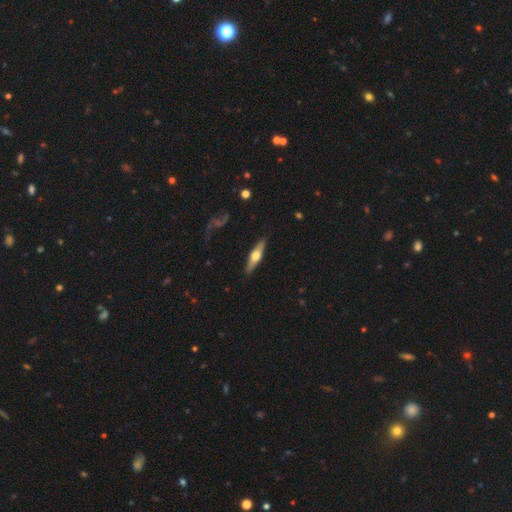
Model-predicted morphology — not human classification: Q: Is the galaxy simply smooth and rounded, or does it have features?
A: featured or disk — 55%.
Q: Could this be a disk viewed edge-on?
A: yes — 91%.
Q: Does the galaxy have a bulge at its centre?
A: rounded — 94%.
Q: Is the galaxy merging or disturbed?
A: none — 87%.